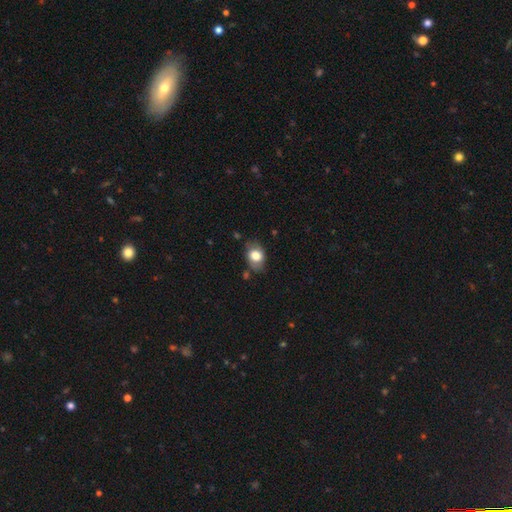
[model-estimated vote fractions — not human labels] smooth_or_featured: smooth (p=0.74) [alt: featured or disk p=0.18]
how_rounded: in between (p=0.72) [alt: round p=0.27]
merging: none (p=0.69) [alt: minor disturbance p=0.22]